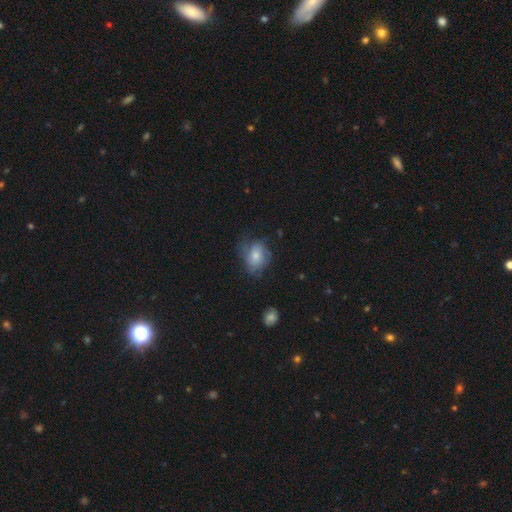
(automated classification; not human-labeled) Smooth or featured? smooth (55%)
How rounded? in between (51%)
Merging? none (54%)